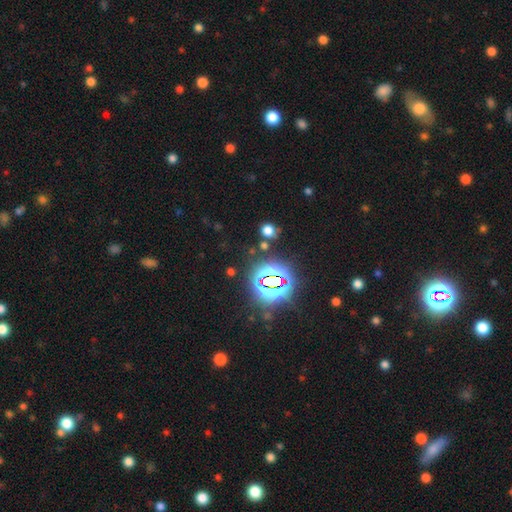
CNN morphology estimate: A star or artifact, not a galaxy (81%).